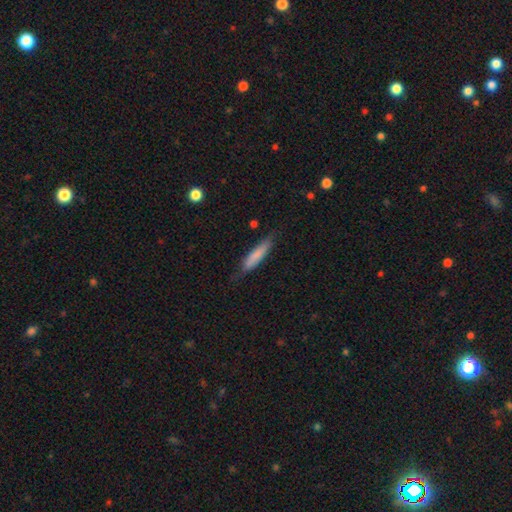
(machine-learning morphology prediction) Smooth or featured: smooth — 76% (featured or disk — 18%)
How rounded: cigar-shaped — 82% (in between — 17%)
Merging: none — 71% (minor disturbance — 23%)